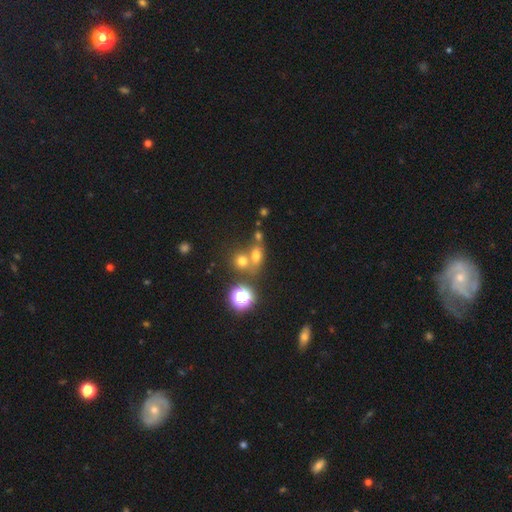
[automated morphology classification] Smooth or featured?
  - smooth: 63% *
  - star or artifact: 24%
  - featured or disk: 13%
How rounded?
  - round: 50% *
  - in between: 47%
  - cigar-shaped: 3%
Merging?
  - none: 46% *
  - merger: 40%
  - minor disturbance: 10%
  - major disturbance: 5%